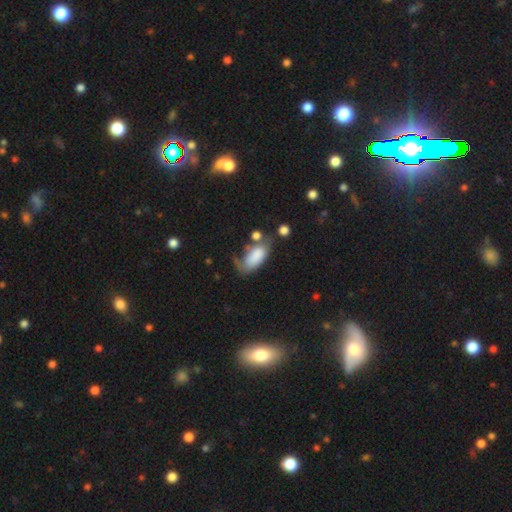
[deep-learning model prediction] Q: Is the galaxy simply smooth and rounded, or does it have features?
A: smooth — 77%.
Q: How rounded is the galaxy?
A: in between — 92%.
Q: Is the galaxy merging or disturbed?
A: none — 29%.